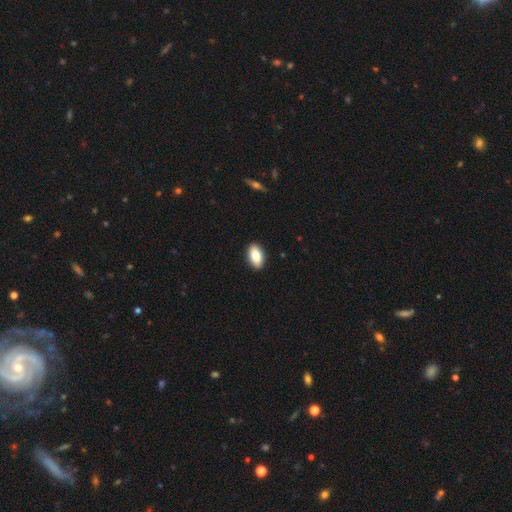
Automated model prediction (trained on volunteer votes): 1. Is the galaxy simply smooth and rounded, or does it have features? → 87% smooth, 6% star or artifact, 6% featured or disk.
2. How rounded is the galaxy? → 93% in between, 4% round, 3% cigar-shaped.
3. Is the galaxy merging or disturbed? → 90% none, 7% minor disturbance, 2% major disturbance, 1% merger.